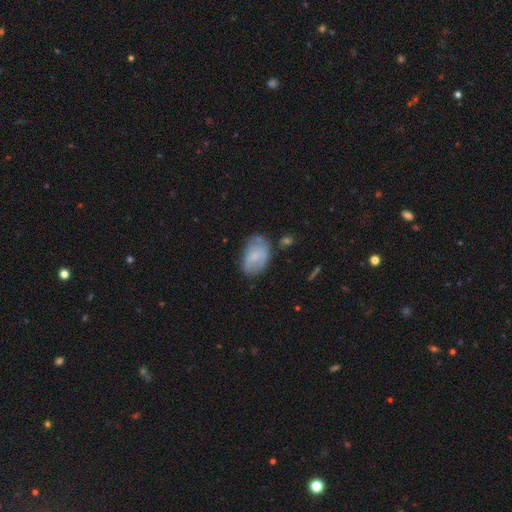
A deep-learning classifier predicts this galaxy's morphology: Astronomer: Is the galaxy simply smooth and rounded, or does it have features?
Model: smooth — 57% (runner-up: featured or disk, 35%).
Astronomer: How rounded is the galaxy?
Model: in between — 88%.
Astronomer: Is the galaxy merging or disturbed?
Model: none — 54% (runner-up: minor disturbance, 30%).